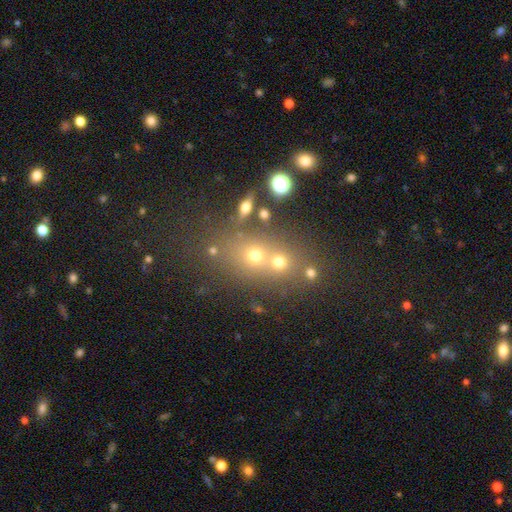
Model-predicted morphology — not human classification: smooth 54%, star or artifact 25%, featured or disk 20%. Down the decision tree: how rounded — round (54%); merging — none (44%).